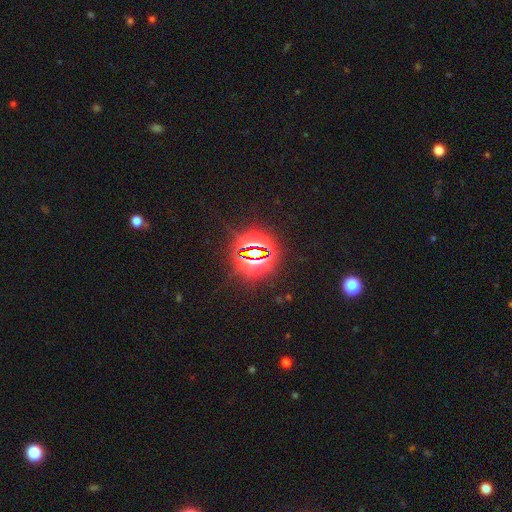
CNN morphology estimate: A star or artifact, not a galaxy (81%).